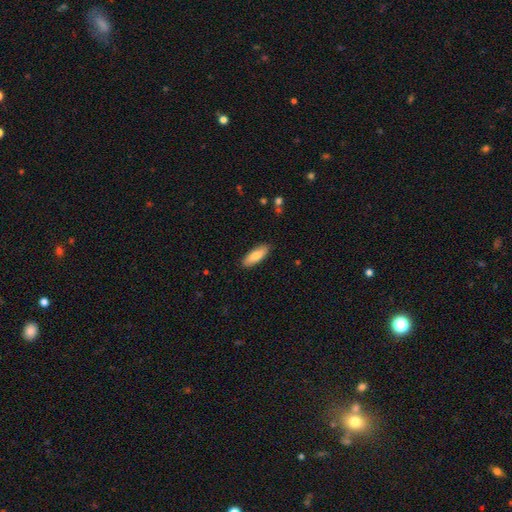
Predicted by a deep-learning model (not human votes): smooth 81%, featured or disk 13%, star or artifact 6%. Down the decision tree: how rounded — in between (66%); merging — none (88%).